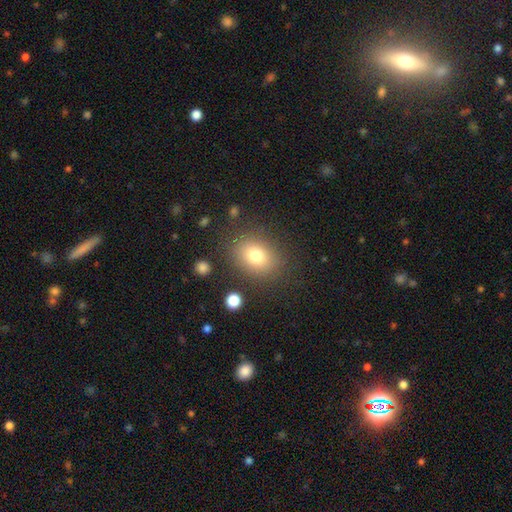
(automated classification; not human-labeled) A smooth galaxy with no disk features (77%) that is in between round and cigar-shaped (53%).

Vote fractions:
- Smooth or featured? smooth: 77% / star or artifact: 12% / featured or disk: 11%
- How rounded? in between: 53% / round: 46% / cigar-shaped: 1%
- Merging? none: 82% / minor disturbance: 10% / major disturbance: 5% / merger: 2%